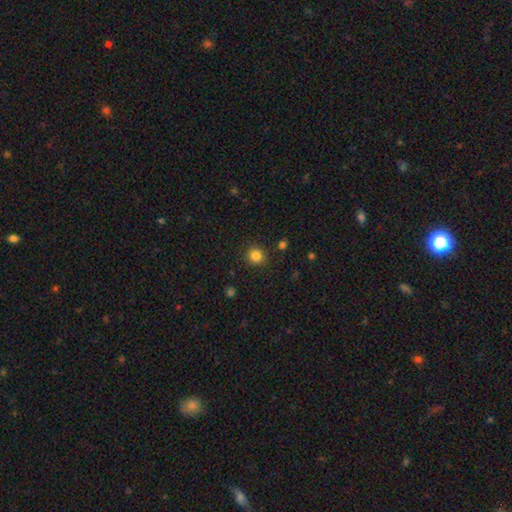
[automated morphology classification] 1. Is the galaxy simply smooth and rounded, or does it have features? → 84% smooth, 12% star or artifact, 4% featured or disk.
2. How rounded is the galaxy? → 93% round, 6% in between, 1% cigar-shaped.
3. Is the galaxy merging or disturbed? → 90% none, 6% minor disturbance, 2% major disturbance, 2% merger.